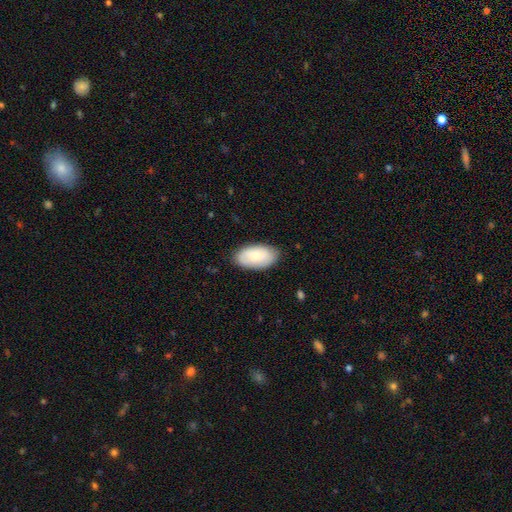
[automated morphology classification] This appears to be a smooth galaxy with no disk features (75%) that is in between round and cigar-shaped (95%). Merging: none (82%).